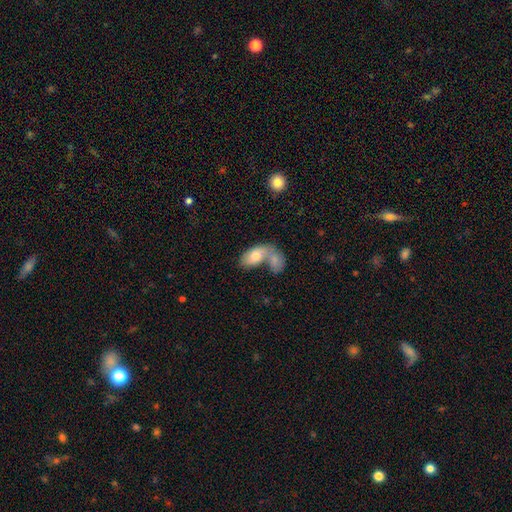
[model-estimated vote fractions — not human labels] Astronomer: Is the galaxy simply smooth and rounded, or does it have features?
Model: smooth — 73%.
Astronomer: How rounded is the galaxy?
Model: in between — 92%.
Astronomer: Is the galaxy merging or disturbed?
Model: merger — 67%.